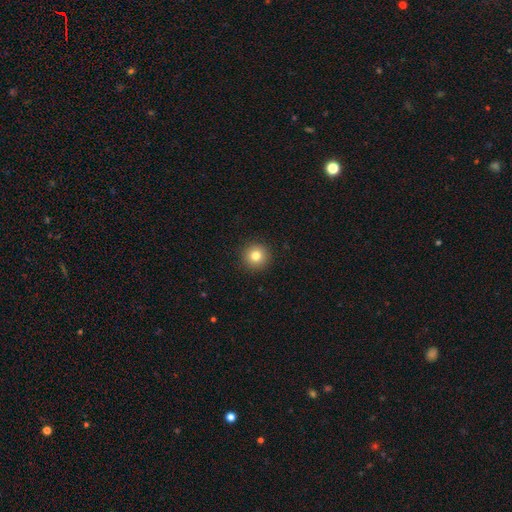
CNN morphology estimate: Smooth or featured?
  - smooth: 80% *
  - star or artifact: 12%
  - featured or disk: 8%
How rounded?
  - round: 95% *
  - in between: 4%
  - cigar-shaped: 1%
Merging?
  - none: 93% *
  - minor disturbance: 5%
  - major disturbance: 2%
  - merger: 1%